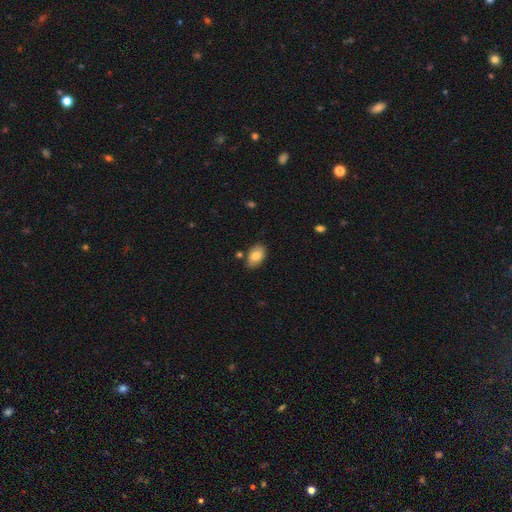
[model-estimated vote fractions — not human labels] A smooth galaxy with no disk features (82%) that is in between round and cigar-shaped (91%). Merging: none (78%).